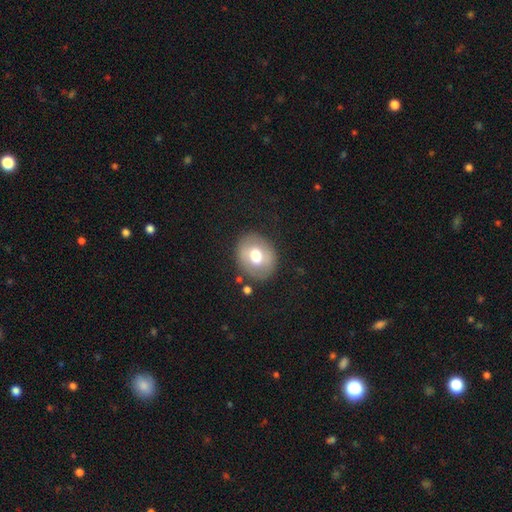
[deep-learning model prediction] A smooth galaxy with no disk features (63%) that is round (54%).

Vote fractions:
- Smooth or featured? smooth: 63% / featured or disk: 29% / star or artifact: 8%
- How rounded? round: 54% / in between: 45% / cigar-shaped: 1%
- Merging? none: 82% / minor disturbance: 12% / major disturbance: 4% / merger: 2%